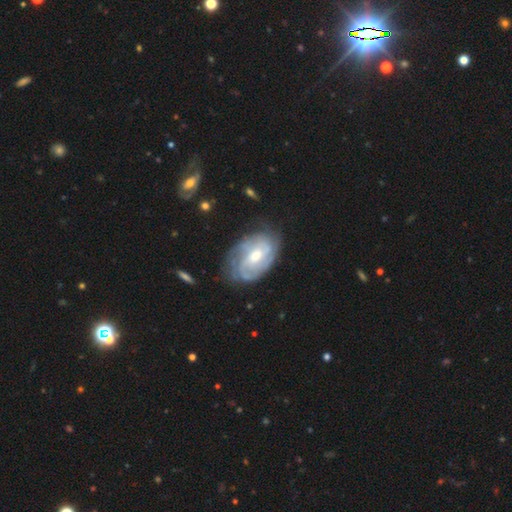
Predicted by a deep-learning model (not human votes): Q: Smooth or featured?
A: featured or disk (82%); runner-up: smooth (13%)
Q: Edge-on disk?
A: no (96%); runner-up: yes (4%)
Q: Bar?
A: weak (46%); runner-up: no (42%)
Q: Spiral arms?
A: yes (93%); runner-up: no (7%)
Q: Spiral winding?
A: tight (61%); runner-up: medium (30%)
Q: Spiral arm count?
A: can't tell (34%); runner-up: 2 (31%)
Q: Bulge size?
A: moderate (65%); runner-up: small (26%)
Q: Merging?
A: none (67%); runner-up: minor disturbance (22%)